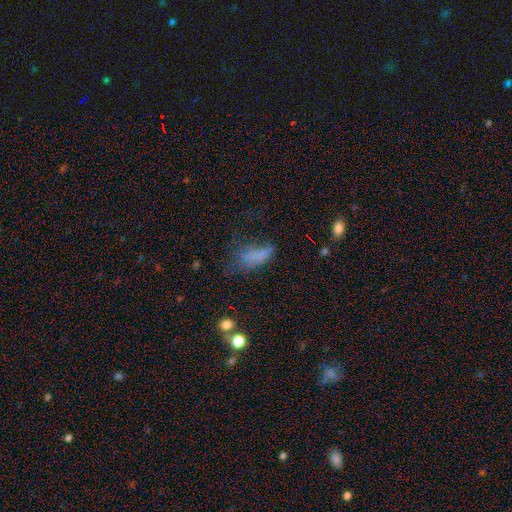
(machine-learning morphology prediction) Overall: smooth (64%). How rounded: in between (76%). Merging: major disturbance (43%; none 27%).